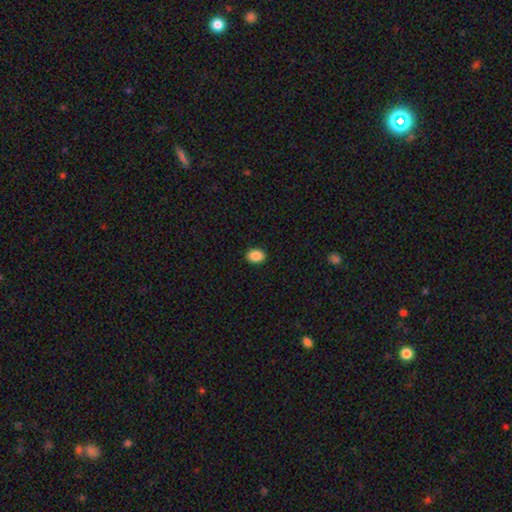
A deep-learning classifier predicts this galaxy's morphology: Overall: smooth (89%). How rounded: in between (76%). Merging: none (91%).